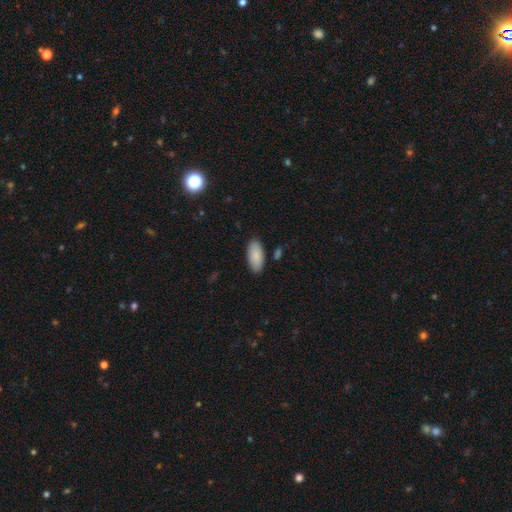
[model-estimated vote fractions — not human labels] Smooth or featured? smooth (89%)
How rounded? in between (90%)
Merging? none (86%)